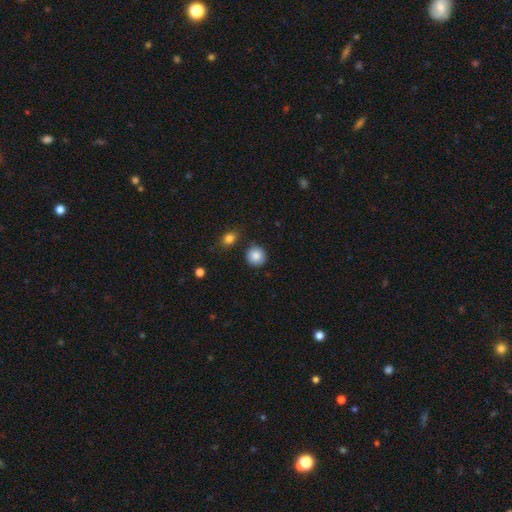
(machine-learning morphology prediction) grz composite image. It shows a smooth galaxy with no disk features (87%) that is round (91%). Merging: none (85%).